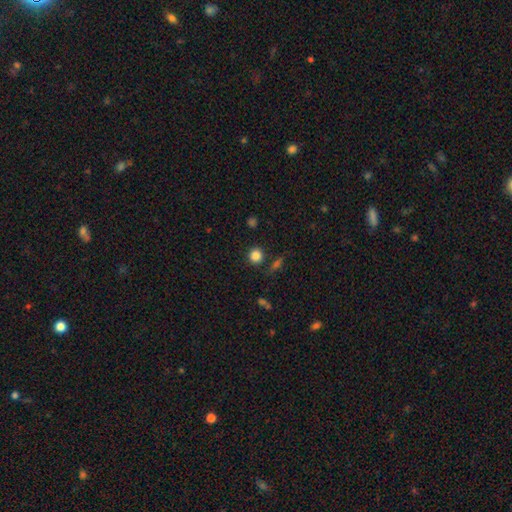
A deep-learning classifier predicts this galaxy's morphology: This appears to be a smooth galaxy with no disk features (84%) that is round (90%). Merging: none (84%).